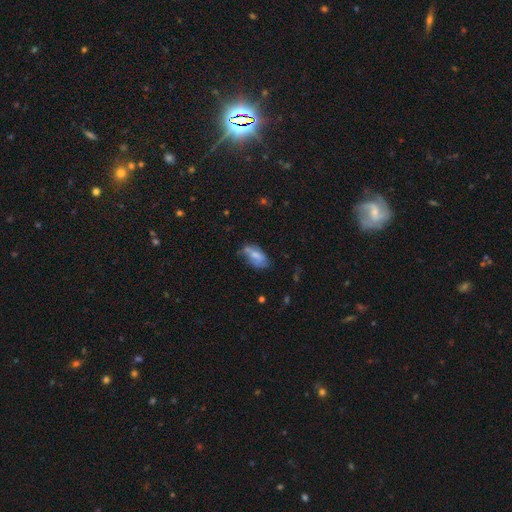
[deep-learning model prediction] This appears to be a smooth galaxy with no disk features (60%) that is in between round and cigar-shaped (90%). Merging: none (41%).